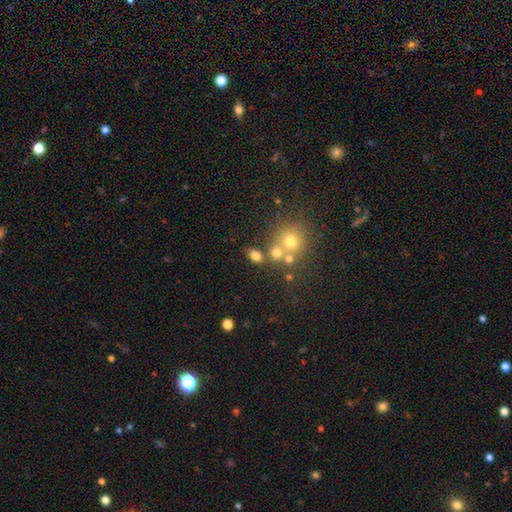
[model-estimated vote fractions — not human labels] This appears to be a smooth galaxy with no disk features (75%) that is in between round and cigar-shaped (70%). Merging: none (64%).